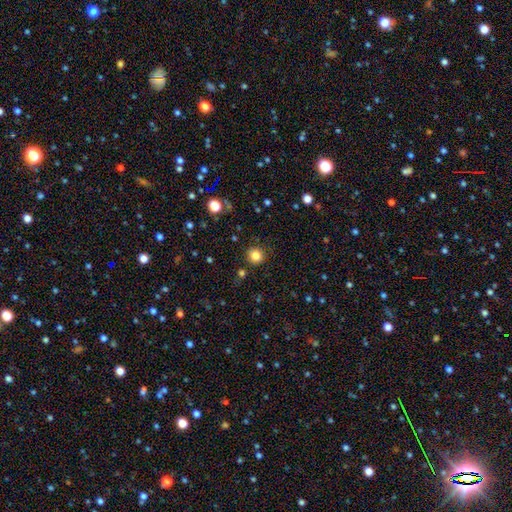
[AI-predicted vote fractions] Morphology: type=smooth (83%); roundness=round (91%); merging=none (87%).